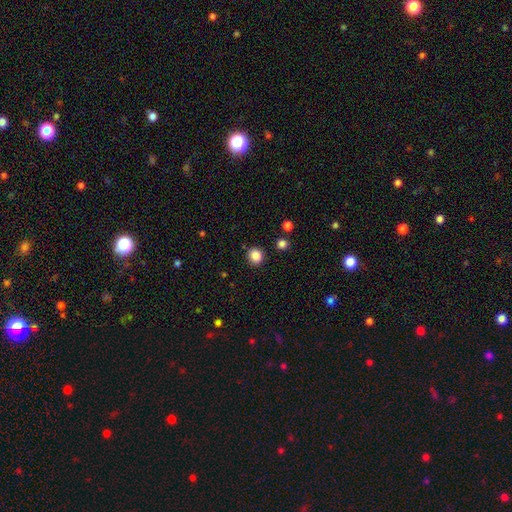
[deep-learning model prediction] This is clearly a smooth galaxy (86%). How rounded: clearly round (89%). Merging: clearly none (89%).